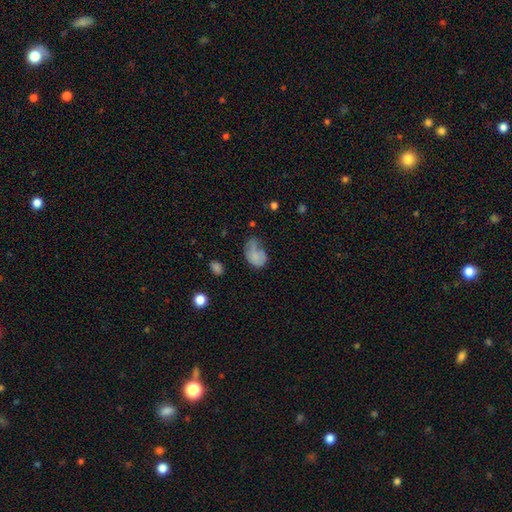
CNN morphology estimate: This appears to be a smooth galaxy with no disk features (68%) that is in between round and cigar-shaped (81%). Merging: minor disturbance (32%, tied with major disturbance).